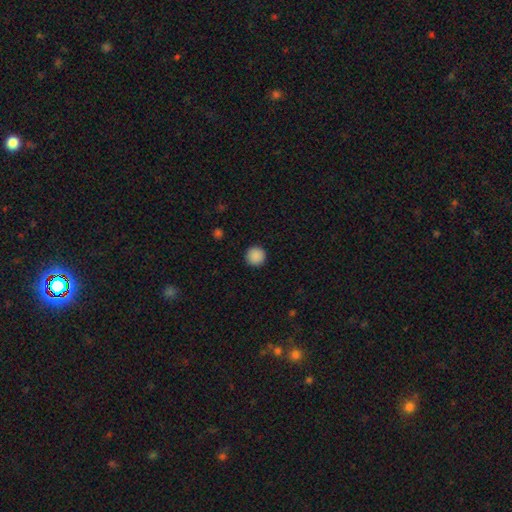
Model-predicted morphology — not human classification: A smooth galaxy with no disk features (89%) that is round (96%). Merging: none (93%).